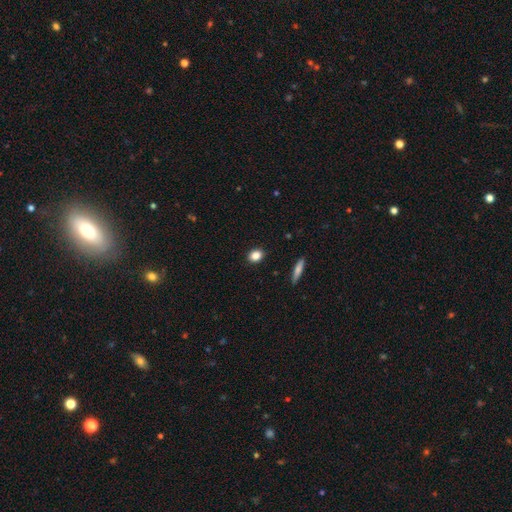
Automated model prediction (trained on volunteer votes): Smooth or featured?
  - smooth: 85% *
  - star or artifact: 9%
  - featured or disk: 6%
How rounded?
  - in between: 49% *
  - round: 48%
  - cigar-shaped: 3%
Merging?
  - none: 90% *
  - minor disturbance: 7%
  - major disturbance: 2%
  - merger: 1%